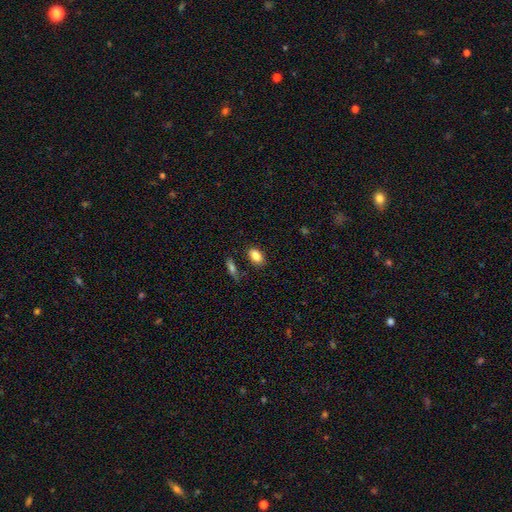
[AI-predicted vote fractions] A smooth galaxy with no disk features (85%) that is in between round and cigar-shaped (87%).

Vote fractions:
- Smooth or featured? smooth: 85% / star or artifact: 8% / featured or disk: 7%
- How rounded? in between: 87% / round: 10% / cigar-shaped: 3%
- Merging? none: 82% / minor disturbance: 11% / merger: 4% / major disturbance: 3%